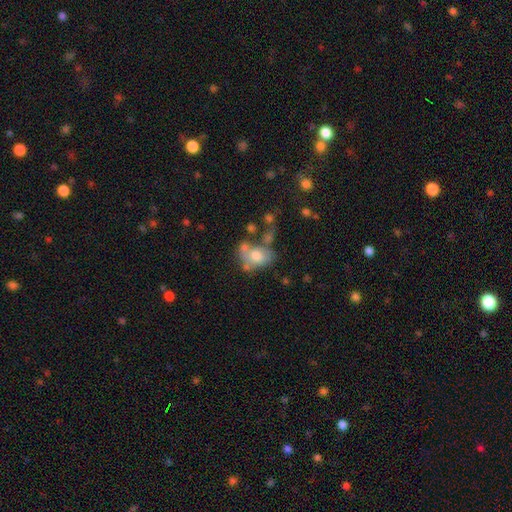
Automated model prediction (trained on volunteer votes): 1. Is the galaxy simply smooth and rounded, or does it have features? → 55% smooth, 33% featured or disk, 12% star or artifact.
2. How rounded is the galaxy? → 67% in between, 31% round, 1% cigar-shaped.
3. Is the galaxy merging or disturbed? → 34% merger, 28% none, 20% major disturbance, 19% minor disturbance.